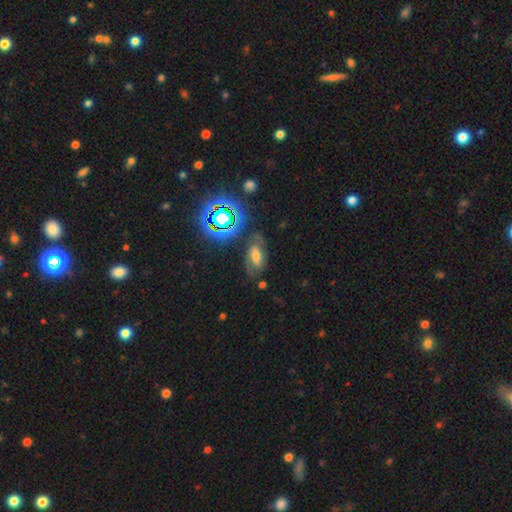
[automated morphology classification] Overall: featured or disk (48%; smooth 28%). Merging: none (66%).